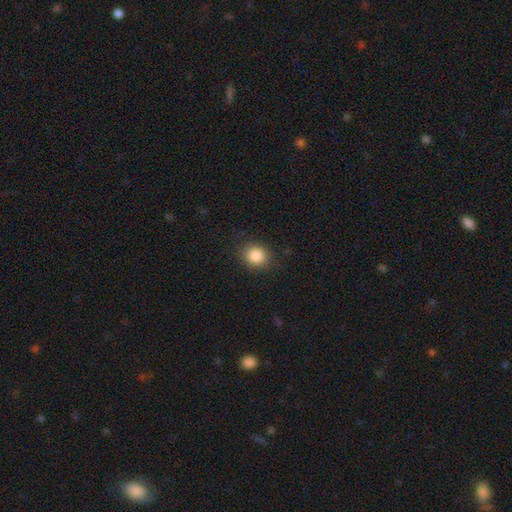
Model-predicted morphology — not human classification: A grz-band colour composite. It shows a smooth galaxy with no disk features (86%) that is round (75%). Merging: none (87%).